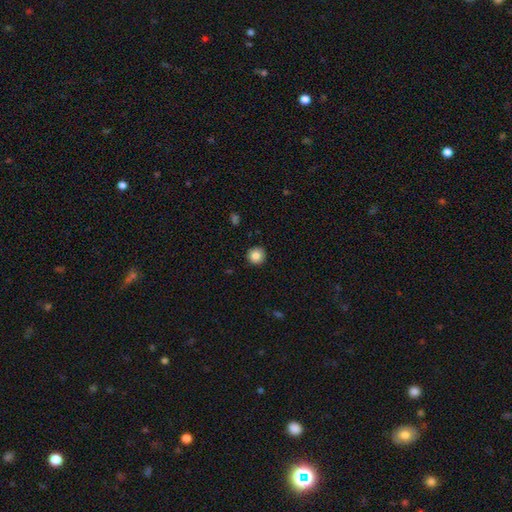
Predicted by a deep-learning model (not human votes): Overall: smooth (85%). How rounded: round (95%). Merging: none (92%).